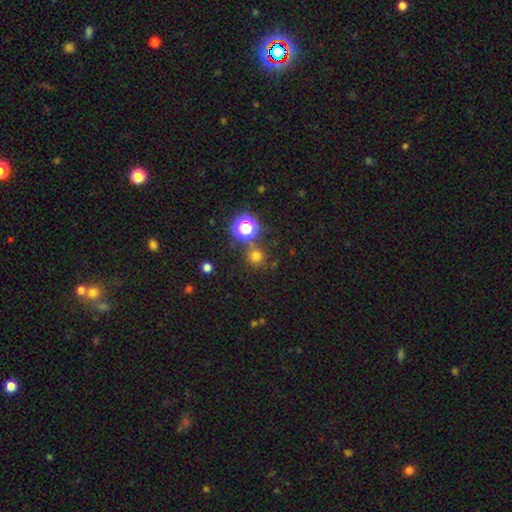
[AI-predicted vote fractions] Q: Smooth or featured?
A: smooth (68%); runner-up: star or artifact (26%)
Q: How rounded?
A: round (93%); runner-up: in between (6%)
Q: Merging?
A: none (78%); runner-up: merger (10%)